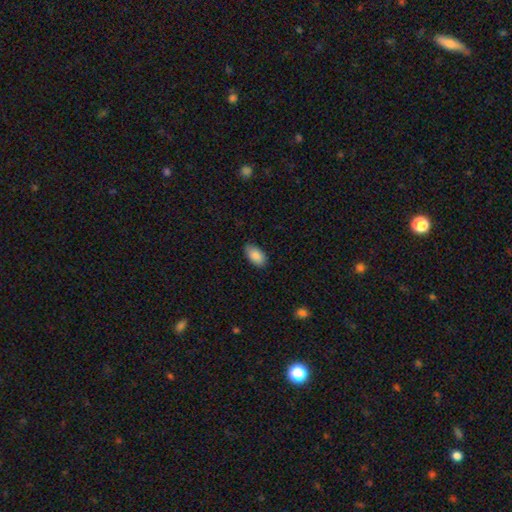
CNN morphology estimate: Q: Smooth or featured?
A: smooth (88%); runner-up: star or artifact (7%)
Q: How rounded?
A: in between (95%); runner-up: round (3%)
Q: Merging?
A: none (86%); runner-up: minor disturbance (11%)